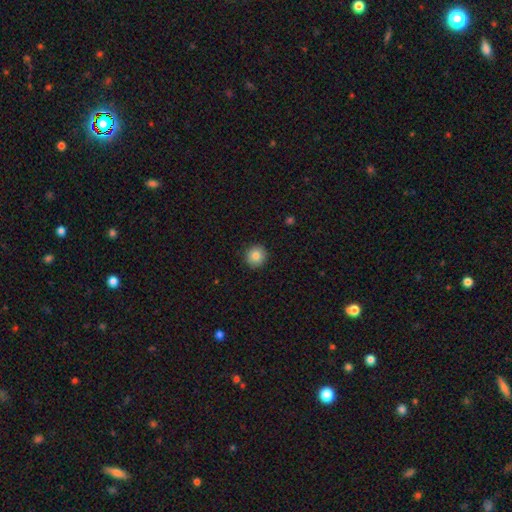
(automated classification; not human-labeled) Smooth or featured?
  - smooth: 84% *
  - star or artifact: 9%
  - featured or disk: 7%
How rounded?
  - round: 93% *
  - in between: 6%
  - cigar-shaped: 1%
Merging?
  - none: 92% *
  - minor disturbance: 5%
  - major disturbance: 2%
  - merger: 1%